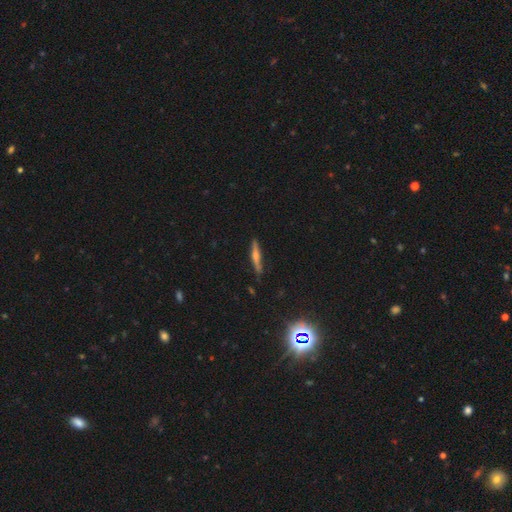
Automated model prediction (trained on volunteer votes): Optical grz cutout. It shows a featured or disk galaxy (58%) viewed edge-on (96%) with a rounded central bulge (79%). Merging: none (86%).